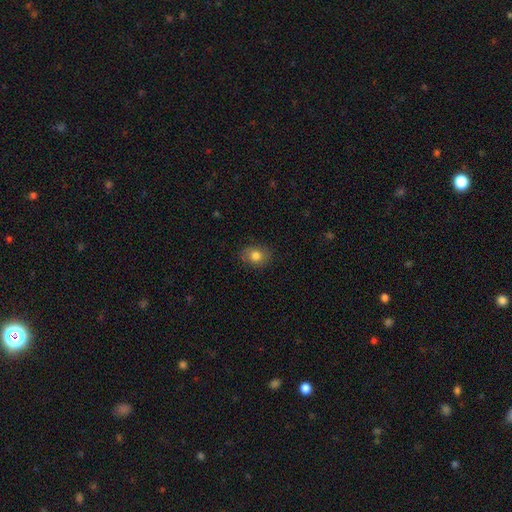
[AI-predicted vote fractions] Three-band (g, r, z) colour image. It shows a smooth galaxy with no disk features (81%) that is round (53%). Merging: none (83%).